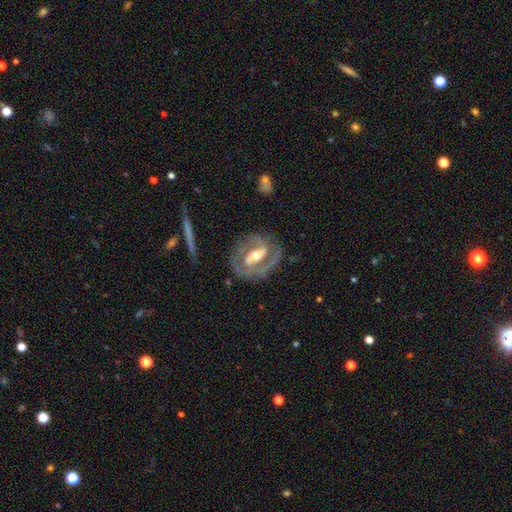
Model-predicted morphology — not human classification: A featured or disk galaxy (83%) with a strong bar (52%), 2 (77%) tight (45%) spiral arms (79%) and a moderate central bulge (71%).

Vote fractions:
- Smooth or featured? featured or disk: 83% / smooth: 12% / star or artifact: 5%
- Edge-on disk? no: 93% / yes: 7%
- Bar? strong: 52% / weak: 30% / no: 18%
- Spiral arms? yes: 79% / no: 21%
- Spiral winding? tight: 45% / medium: 41% / loose: 14%
- Spiral arm count? 2: 77% / can't tell: 11% / 1: 6% / 3: 4% / 4: 1% / more than 4: 1%
- Bulge size? moderate: 71% / small: 18% / large: 8% / dominant: 1% / none: 1%
- Merging? none: 74% / minor disturbance: 16% / major disturbance: 9% / merger: 2%